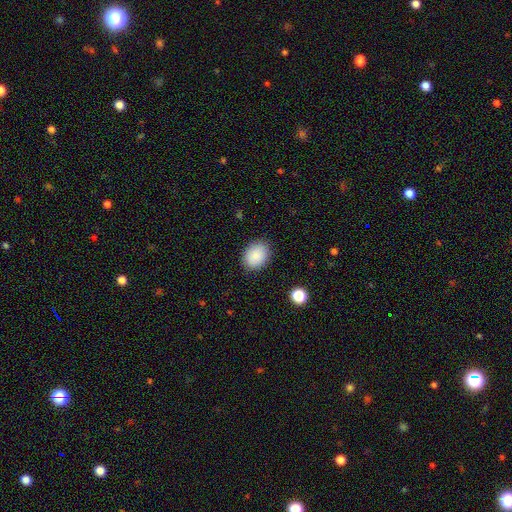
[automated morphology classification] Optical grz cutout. It shows a smooth galaxy with no disk features (88%) that is in between round and cigar-shaped (64%). Merging: none (87%).